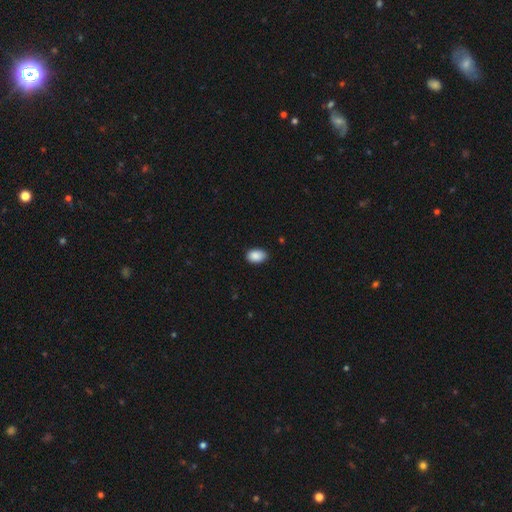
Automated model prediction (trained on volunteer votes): A smooth galaxy with no disk features (89%) that is in between round and cigar-shaped (88%).

Vote fractions:
- Smooth or featured? smooth: 89% / star or artifact: 7% / featured or disk: 4%
- How rounded? in between: 88% / round: 11% / cigar-shaped: 1%
- Merging? none: 84% / minor disturbance: 13% / major disturbance: 2% / merger: 1%